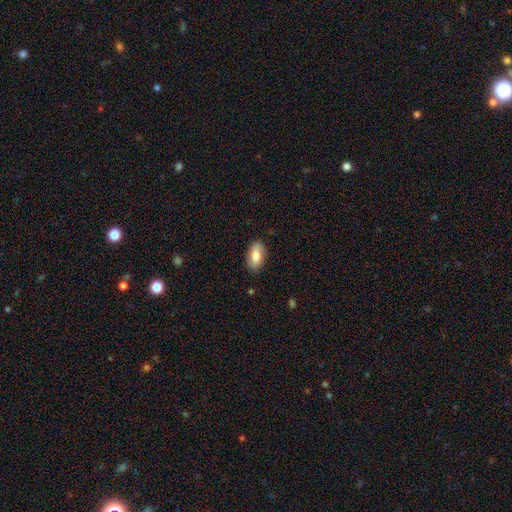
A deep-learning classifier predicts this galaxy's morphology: Smooth or featured? Predicted: smooth (p=0.76). How rounded? Predicted: in between (p=0.90). Merging? Predicted: none (p=0.85).